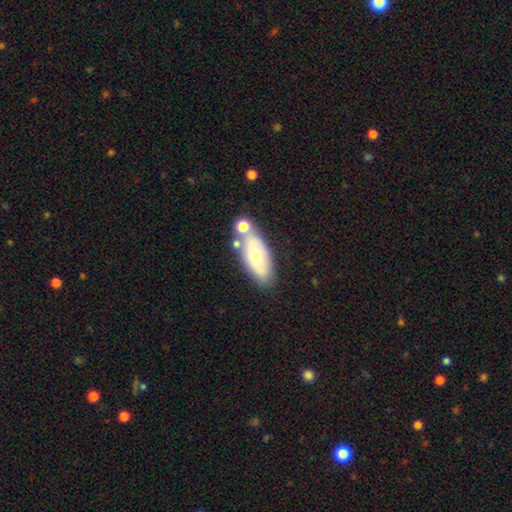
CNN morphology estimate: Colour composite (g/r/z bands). It shows a smooth galaxy with no disk features (56%) that is in between round and cigar-shaped (82%). Merging: none (57%).